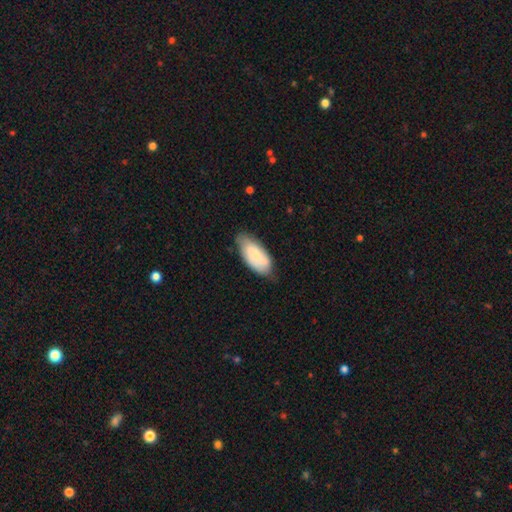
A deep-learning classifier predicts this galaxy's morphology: The model was most divided on "smooth or featured": smooth: 52%, featured or disk: 42%, star or artifact: 6%. More confident: how rounded — in between (89%); merging — none (69%).